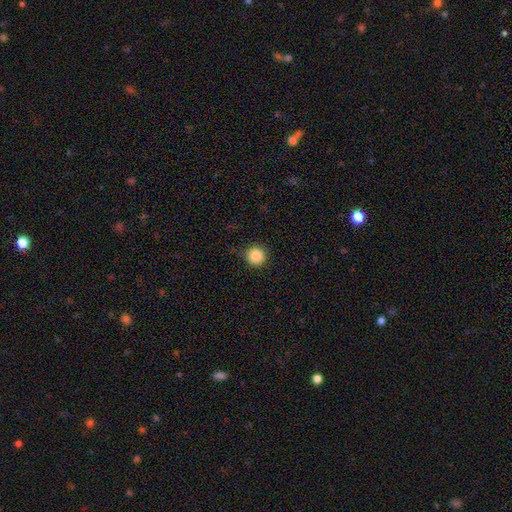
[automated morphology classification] A smooth galaxy with no disk features (88%) that is round (96%). Merging: none (90%).